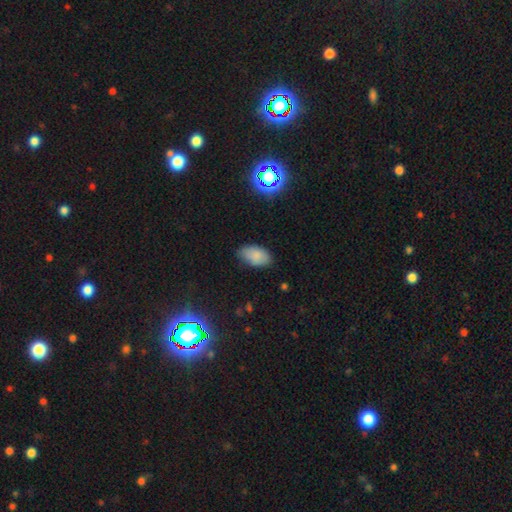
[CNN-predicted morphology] Q: Smooth or featured?
A: smooth (83%); runner-up: star or artifact (10%)
Q: How rounded?
A: in between (93%); runner-up: round (5%)
Q: Merging?
A: none (77%); runner-up: minor disturbance (18%)